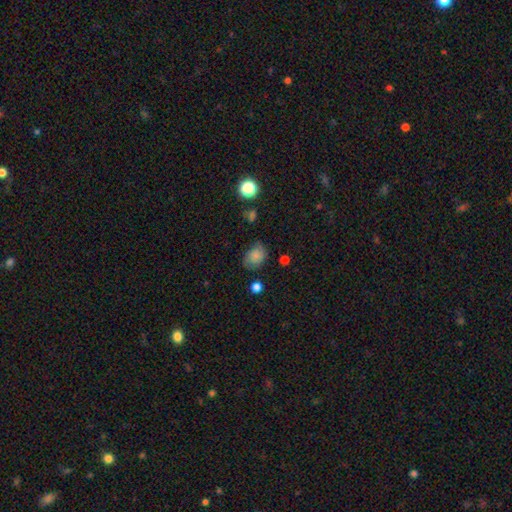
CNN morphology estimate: Smooth or featured: smooth — 73% (featured or disk — 16%)
How rounded: in between — 63% (round — 36%)
Merging: none — 60% (minor disturbance — 28%)